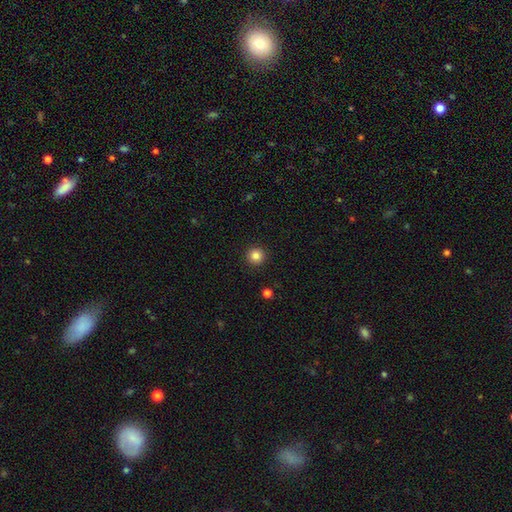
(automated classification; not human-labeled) Overall: smooth (85%). How rounded: round (96%). Merging: none (93%).